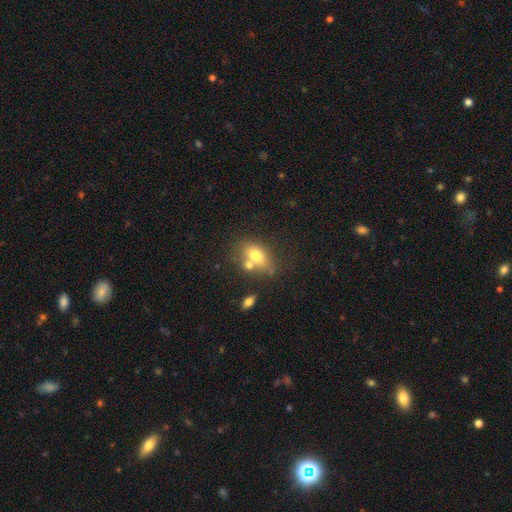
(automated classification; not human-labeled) This is likely a smooth galaxy (71%). How rounded: likely in between (79%). Merging: possibly none (46%).